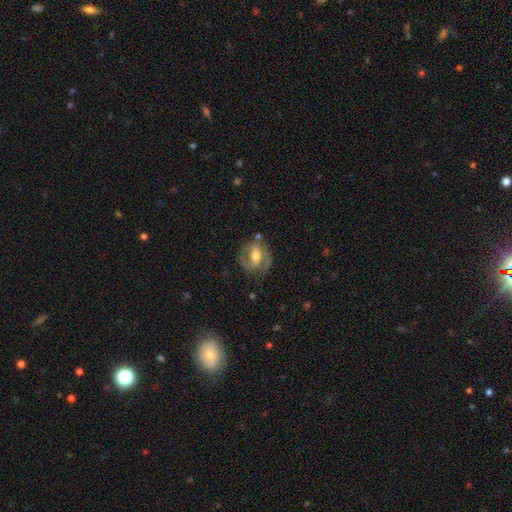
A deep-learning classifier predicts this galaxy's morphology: featured or disk 63%, smooth 31%, star or artifact 6%. Down the decision tree: edge-on disk — no (95%); bar — weak (38%); spiral arms — yes (64%); bulge size — moderate (68%); merging — none (63%).